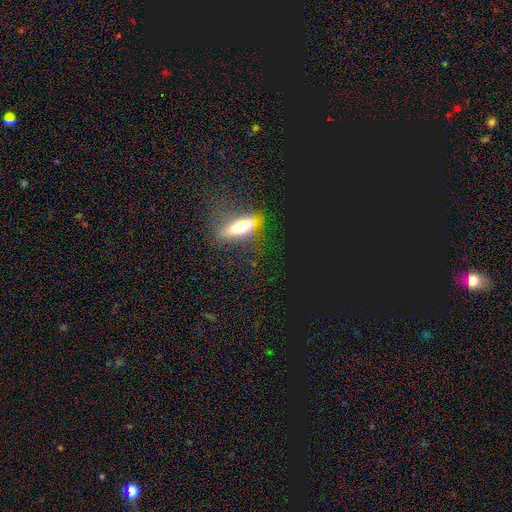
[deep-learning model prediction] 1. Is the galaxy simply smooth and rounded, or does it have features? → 47% featured or disk, 27% smooth, 26% star or artifact.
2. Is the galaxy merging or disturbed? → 75% none, 13% minor disturbance, 9% major disturbance, 3% merger.